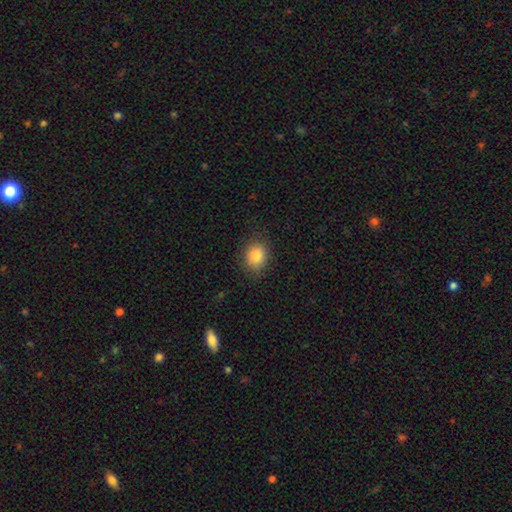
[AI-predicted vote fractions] Q: Smooth or featured?
A: smooth (84%); runner-up: star or artifact (10%)
Q: How rounded?
A: round (60%); runner-up: in between (39%)
Q: Merging?
A: none (86%); runner-up: minor disturbance (10%)